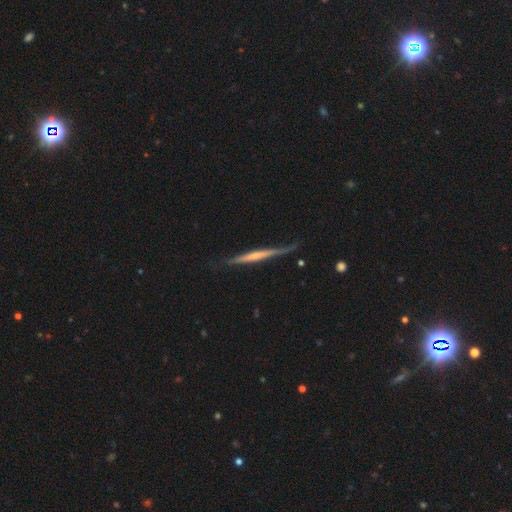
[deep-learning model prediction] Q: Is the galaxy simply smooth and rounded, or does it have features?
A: featured or disk — 60%.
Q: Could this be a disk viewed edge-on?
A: yes — 96%.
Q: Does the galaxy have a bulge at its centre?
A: none — 59%.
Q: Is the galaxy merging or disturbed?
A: none — 67%.